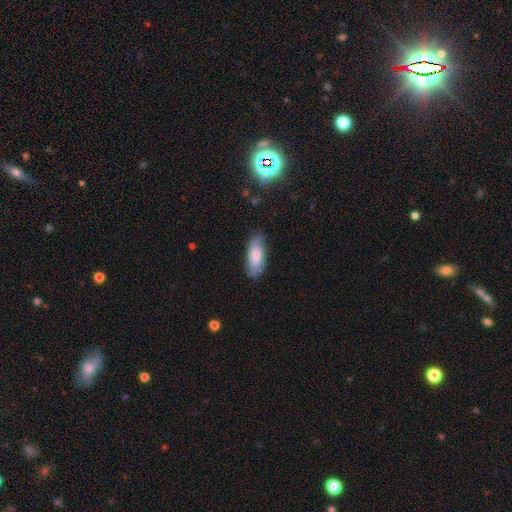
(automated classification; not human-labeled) A smooth galaxy with no disk features (78%) that is in between round and cigar-shaped (80%).

Vote fractions:
- Smooth or featured? smooth: 78% / featured or disk: 16% / star or artifact: 6%
- How rounded? in between: 80% / cigar-shaped: 18% / round: 2%
- Merging? none: 82% / minor disturbance: 15% / major disturbance: 3% / merger: 1%